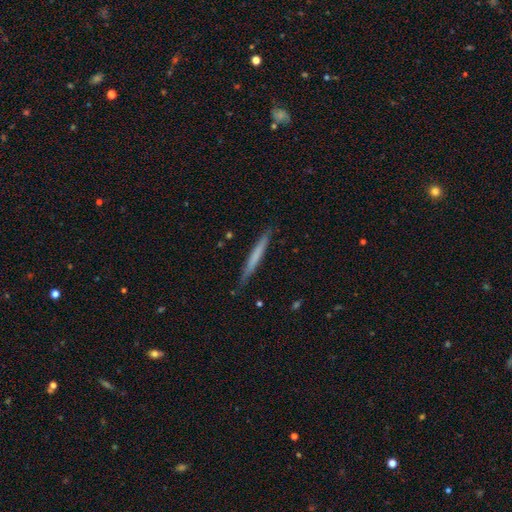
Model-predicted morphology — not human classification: Smooth or featured? Predicted: smooth (p=0.57). How rounded? Predicted: cigar-shaped (p=0.97). Merging? Predicted: none (p=0.86).